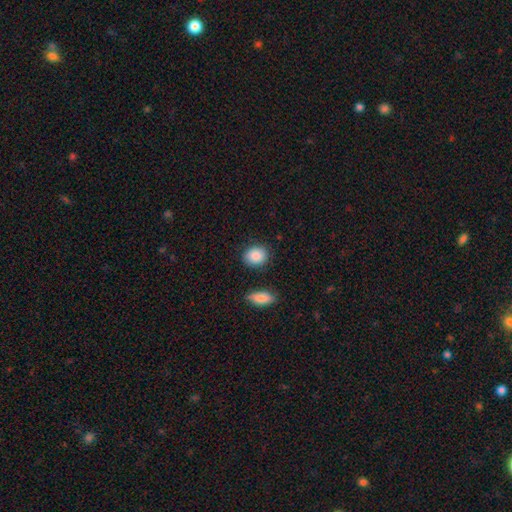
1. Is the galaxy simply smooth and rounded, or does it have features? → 90% smooth, 10% star or artifact, 0% featured or disk.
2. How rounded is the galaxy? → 63% round, 37% in between, 0% cigar-shaped.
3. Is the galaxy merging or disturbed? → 91% none, 3% minor disturbance, 3% major disturbance, 3% merger.